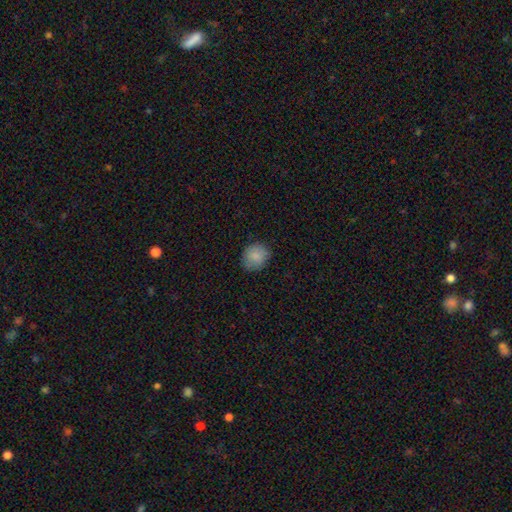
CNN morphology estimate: Q: Smooth or featured?
A: smooth (86%); runner-up: star or artifact (8%)
Q: How rounded?
A: round (78%); runner-up: in between (21%)
Q: Merging?
A: none (84%); runner-up: minor disturbance (13%)